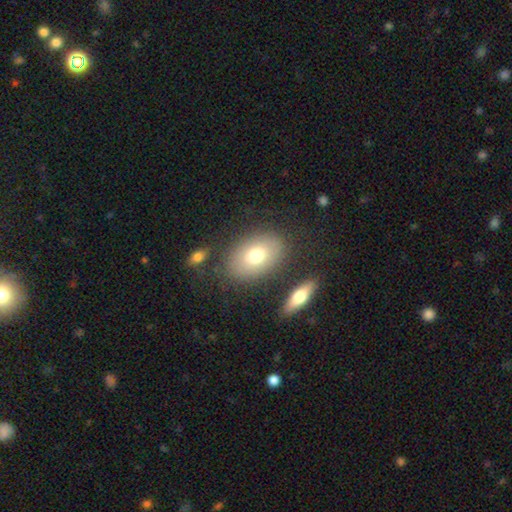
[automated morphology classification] Overall: smooth (72%). How rounded: in between (80%). Merging: none (79%).